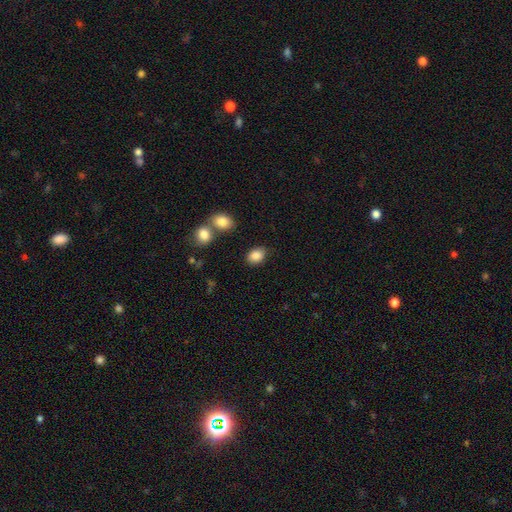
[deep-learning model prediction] This appears to be a smooth galaxy with no disk features (87%) that is in between round and cigar-shaped (69%). Merging: none (80%).